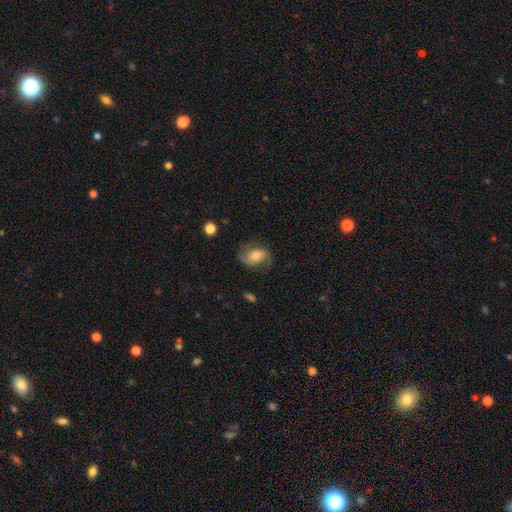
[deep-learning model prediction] Overall: featured or disk (63%; smooth 28%). Edge-on disk: no (97%). Bar: no (59%; weak 32%). Spiral arms: yes (91%). Spiral arm count: 2 (86%). Spiral winding: medium (43%; loose 41%). Bulge size: moderate (55%; small 20%). Merging: none (69%).